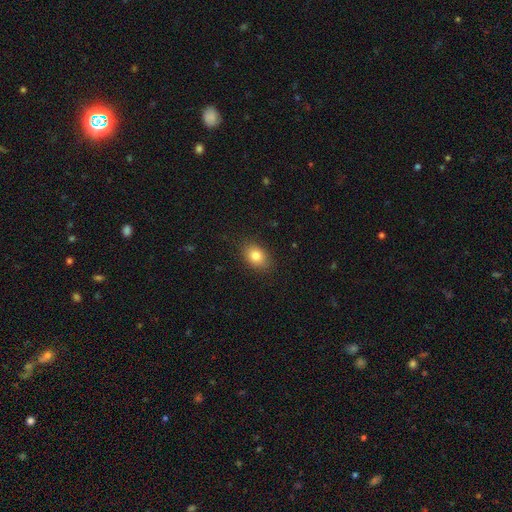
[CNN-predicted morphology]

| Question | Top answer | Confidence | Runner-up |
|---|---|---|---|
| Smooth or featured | smooth | 82% | star or artifact (9%) |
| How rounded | in between | 74% | round (25%) |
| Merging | none | 87% | minor disturbance (10%) |